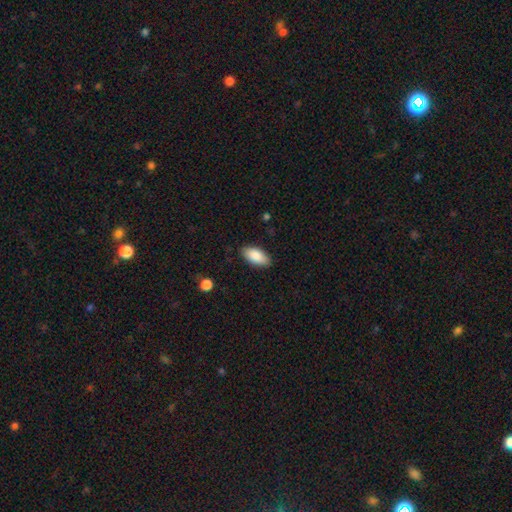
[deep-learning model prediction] Smooth or featured?
  - smooth: 87% *
  - featured or disk: 7%
  - star or artifact: 6%
How rounded?
  - in between: 93% *
  - cigar-shaped: 5%
  - round: 2%
Merging?
  - none: 86% *
  - minor disturbance: 11%
  - major disturbance: 2%
  - merger: 1%